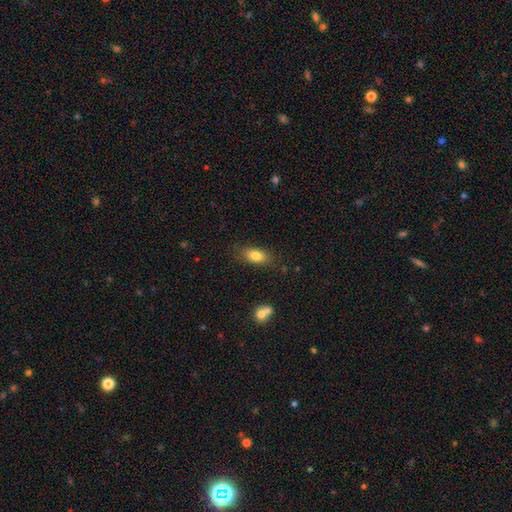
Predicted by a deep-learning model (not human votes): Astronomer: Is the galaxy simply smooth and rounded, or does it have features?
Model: smooth — 80%.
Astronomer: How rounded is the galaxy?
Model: in between — 85%.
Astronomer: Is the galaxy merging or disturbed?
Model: none — 80%.